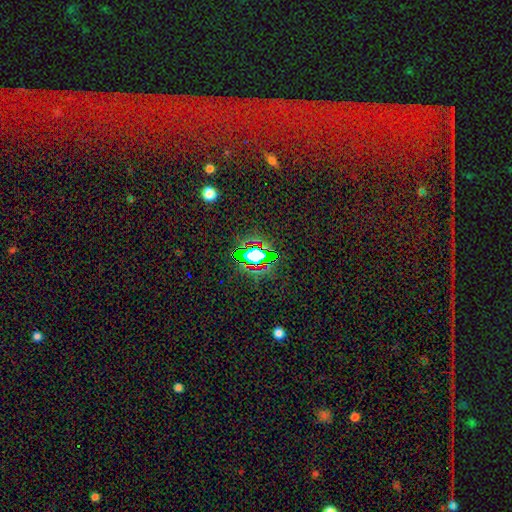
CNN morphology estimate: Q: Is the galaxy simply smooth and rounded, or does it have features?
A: star or artifact — 66%.